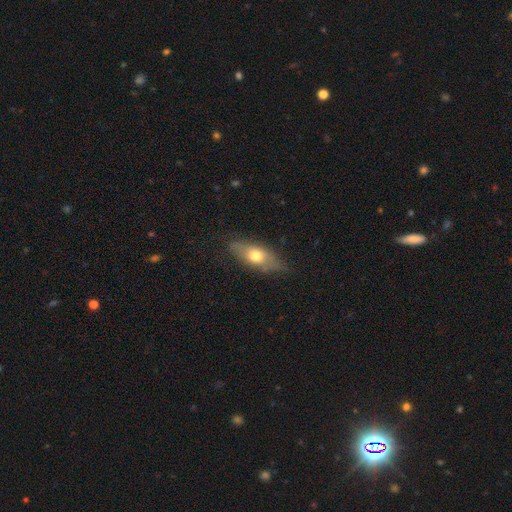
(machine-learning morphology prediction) Smooth or featured? Predicted: smooth (p=0.61). How rounded? Predicted: in between (p=0.70). Merging? Predicted: none (p=0.74).